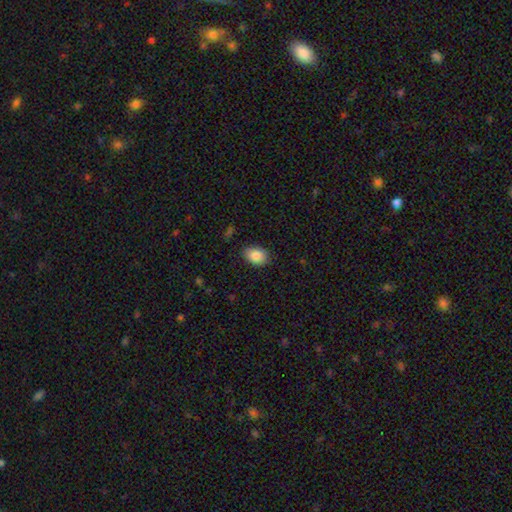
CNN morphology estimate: Smooth or featured: smooth — 88% (star or artifact — 8%)
How rounded: in between — 76% (round — 23%)
Merging: none — 85% (minor disturbance — 12%)